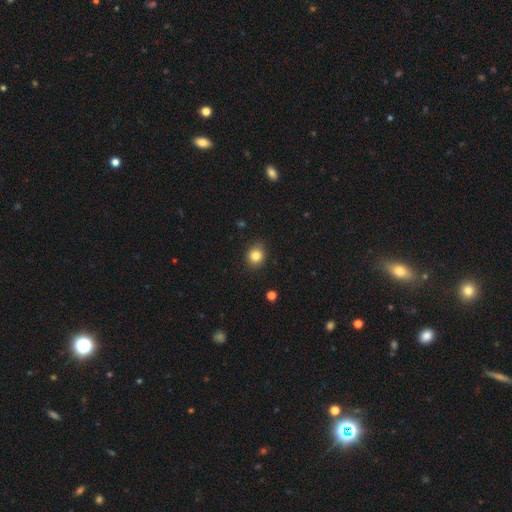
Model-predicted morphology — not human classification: Smooth or featured: smooth — 83% (star or artifact — 11%)
How rounded: round — 71% (in between — 28%)
Merging: none — 85% (minor disturbance — 12%)